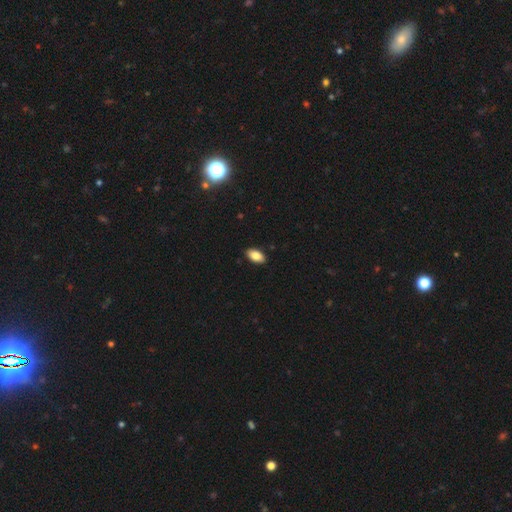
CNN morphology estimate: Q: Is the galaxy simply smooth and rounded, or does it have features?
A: smooth — 85%.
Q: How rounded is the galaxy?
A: in between — 93%.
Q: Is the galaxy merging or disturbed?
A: none — 89%.